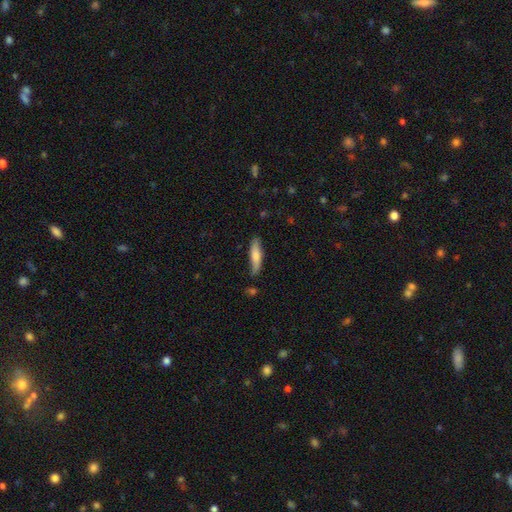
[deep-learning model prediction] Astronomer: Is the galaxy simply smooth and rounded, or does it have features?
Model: smooth — 68%.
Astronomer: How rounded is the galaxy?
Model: cigar-shaped — 75%.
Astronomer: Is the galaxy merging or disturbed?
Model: none — 73%.